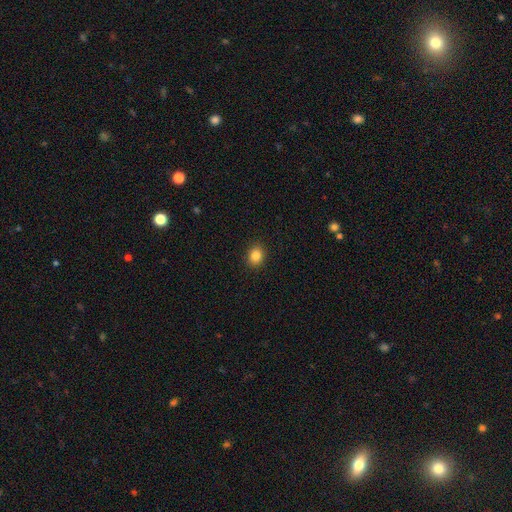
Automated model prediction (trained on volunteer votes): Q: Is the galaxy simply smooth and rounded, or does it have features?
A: smooth — 85%.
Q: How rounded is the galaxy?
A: round — 61%.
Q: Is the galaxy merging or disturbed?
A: none — 90%.